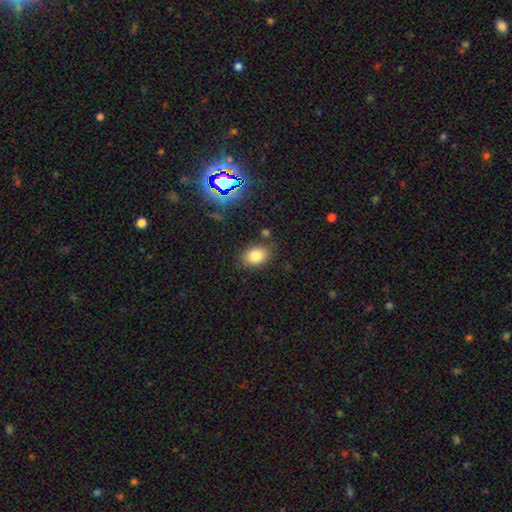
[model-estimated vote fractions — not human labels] Overall: smooth (80%). How rounded: in between (80%). Merging: none (80%).